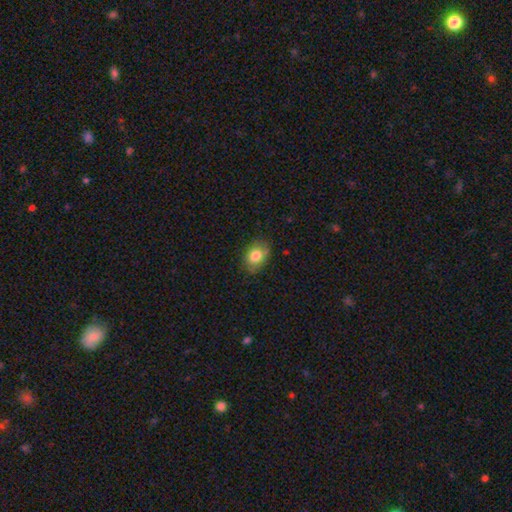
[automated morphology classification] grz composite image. It shows a smooth galaxy with no disk features (81%) that is in between round and cigar-shaped (71%). Merging: none (79%).